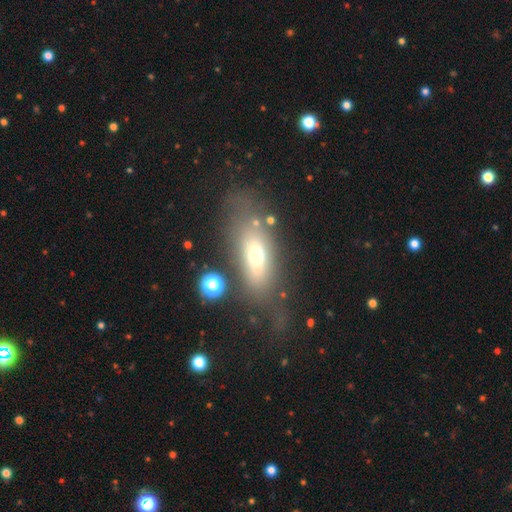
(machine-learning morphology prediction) Smooth or featured?
  - smooth: 58% *
  - featured or disk: 30%
  - star or artifact: 13%
How rounded?
  - in between: 75% *
  - cigar-shaped: 17%
  - round: 8%
Merging?
  - none: 51% *
  - major disturbance: 22%
  - minor disturbance: 20%
  - merger: 7%